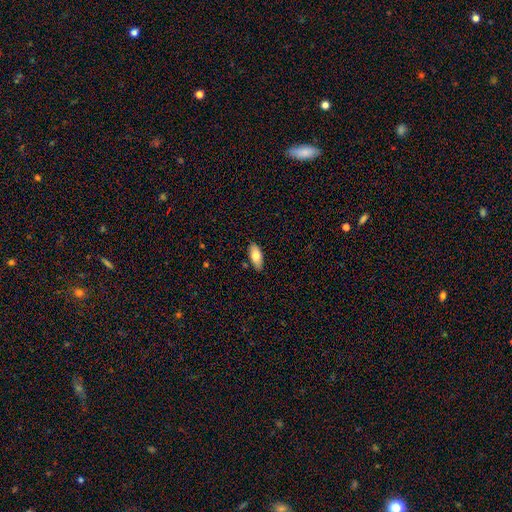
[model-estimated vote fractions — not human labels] A smooth galaxy with no disk features (77%) that is in between round and cigar-shaped (85%). Merging: none (85%).